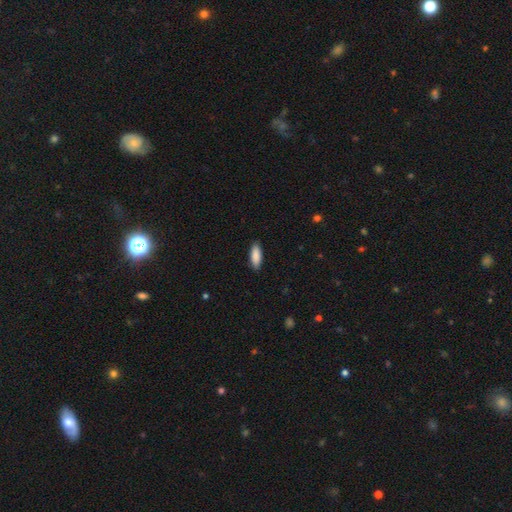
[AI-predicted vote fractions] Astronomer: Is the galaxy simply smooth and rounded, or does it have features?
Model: smooth — 90%.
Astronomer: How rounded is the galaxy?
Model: in between — 70%.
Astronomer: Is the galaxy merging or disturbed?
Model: none — 88%.